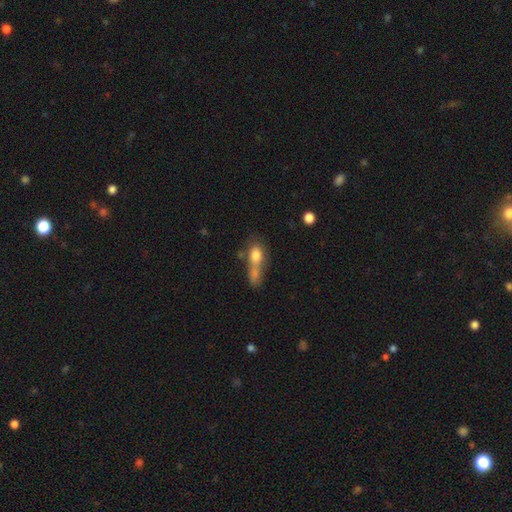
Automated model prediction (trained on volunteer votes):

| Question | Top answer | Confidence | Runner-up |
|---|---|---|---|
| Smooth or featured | smooth | 72% | featured or disk (18%) |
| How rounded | in between | 59% | round (21%) |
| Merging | merger | 50% | none (22%) |